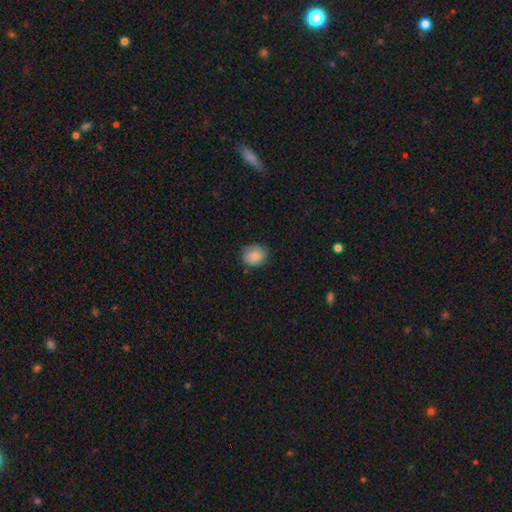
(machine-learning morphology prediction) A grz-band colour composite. It shows a smooth galaxy with no disk features (85%) that is round (70%). Merging: none (76%).